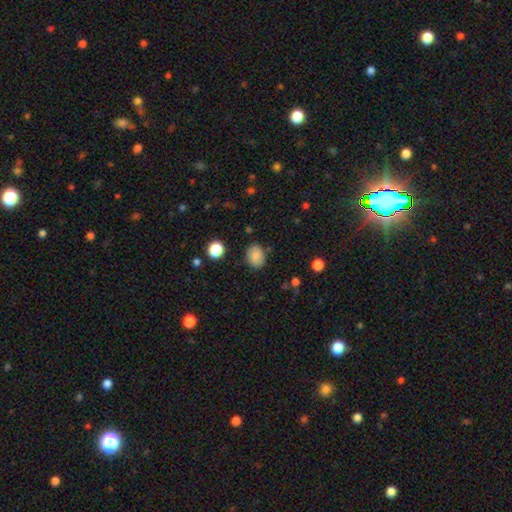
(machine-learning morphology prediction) This is clearly a smooth galaxy (82%). How rounded: possibly in between (57%). Merging: clearly none (81%).